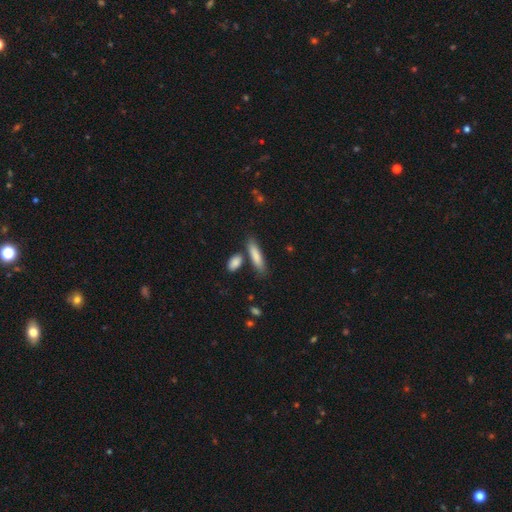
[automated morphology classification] smooth-or-featured: smooth: 83% | featured or disk: 12% | star or artifact: 6%
  how-rounded: cigar-shaped: 73% | in between: 25% | round: 2%
  merging: none: 74% | minor disturbance: 12% | merger: 10% | major disturbance: 3%